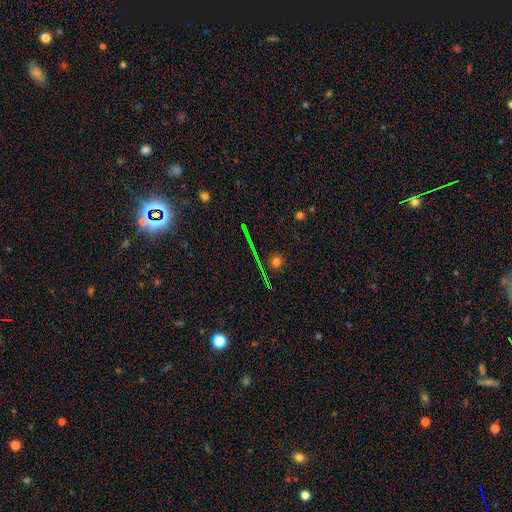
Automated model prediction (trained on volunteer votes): smooth_or_featured: star or artifact (p=0.74) [alt: smooth p=0.13]